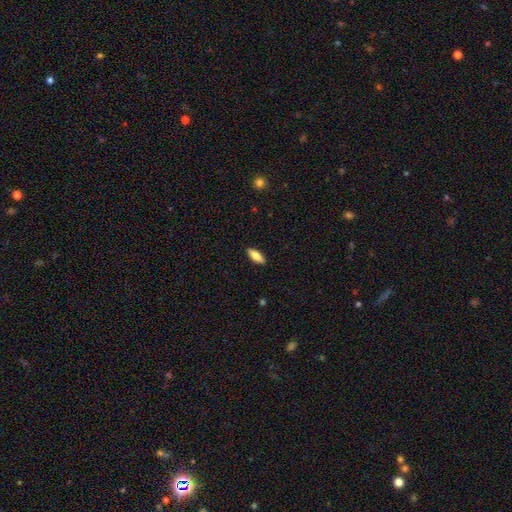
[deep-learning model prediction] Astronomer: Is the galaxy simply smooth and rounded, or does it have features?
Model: smooth — 73%.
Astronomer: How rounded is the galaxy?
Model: in between — 69%.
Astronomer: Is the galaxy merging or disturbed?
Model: none — 89%.